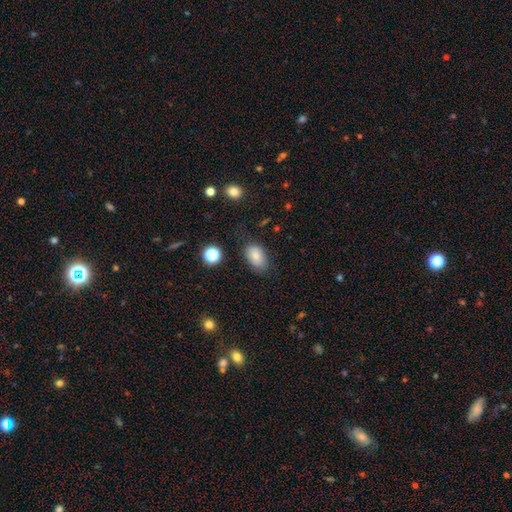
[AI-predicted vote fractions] A smooth galaxy with no disk features (79%) that is in between round and cigar-shaped (88%).

Vote fractions:
- Smooth or featured? smooth: 79% / featured or disk: 11% / star or artifact: 10%
- How rounded? in between: 88% / round: 11% / cigar-shaped: 1%
- Merging? none: 75% / minor disturbance: 18% / major disturbance: 5% / merger: 2%